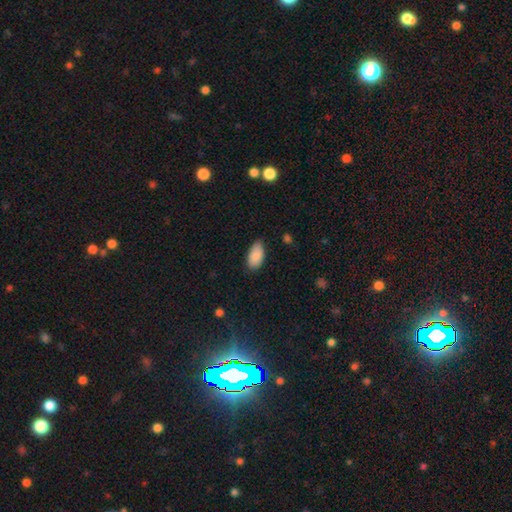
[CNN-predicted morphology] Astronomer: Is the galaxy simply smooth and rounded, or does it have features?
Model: smooth — 89%.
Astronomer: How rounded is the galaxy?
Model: in between — 95%.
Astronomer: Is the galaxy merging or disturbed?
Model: none — 74%.